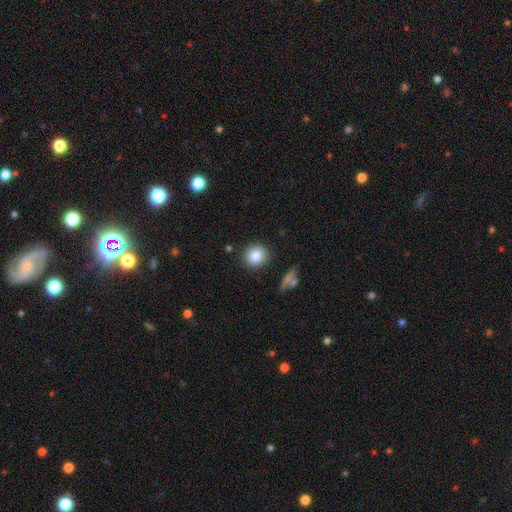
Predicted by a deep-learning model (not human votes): smooth-or-featured: smooth: 84% | star or artifact: 9% | featured or disk: 7%
  how-rounded: round: 81% | in between: 18% | cigar-shaped: 1%
  merging: none: 86% | minor disturbance: 9% | merger: 3% | major disturbance: 3%